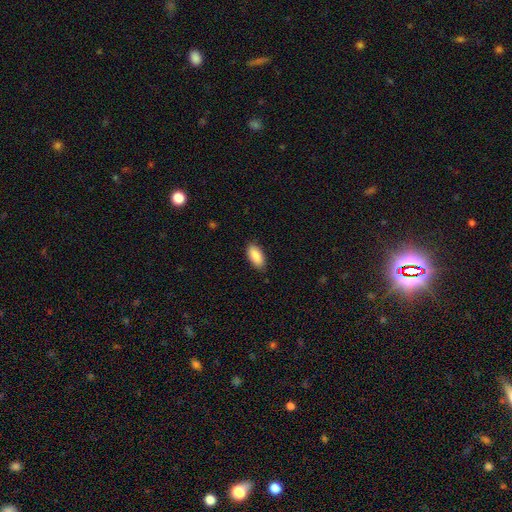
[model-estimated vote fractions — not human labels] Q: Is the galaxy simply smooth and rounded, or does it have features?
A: smooth — 90%.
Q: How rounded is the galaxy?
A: in between — 90%.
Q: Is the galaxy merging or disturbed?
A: none — 85%.